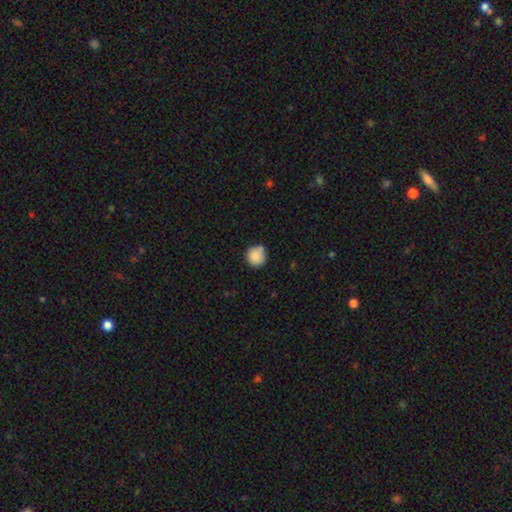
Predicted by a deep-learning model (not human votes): smooth_or_featured: smooth (p=0.87) [alt: star or artifact p=0.08]
how_rounded: round (p=0.93) [alt: in between p=0.06]
merging: none (p=0.74) [alt: minor disturbance p=0.18]